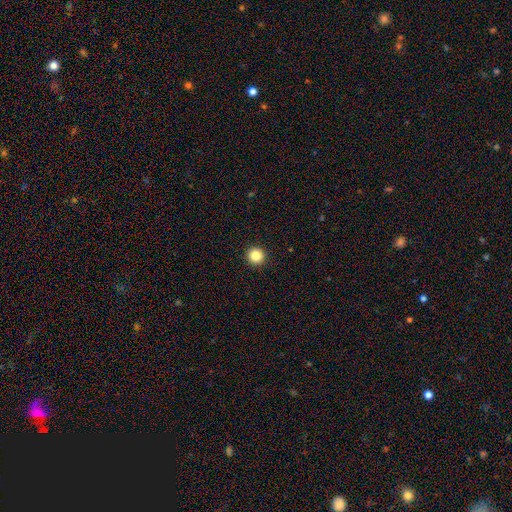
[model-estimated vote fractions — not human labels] smooth_or_featured: smooth (p=0.86) [alt: star or artifact p=0.10]
how_rounded: round (p=0.94) [alt: in between p=0.05]
merging: none (p=0.94) [alt: minor disturbance p=0.04]